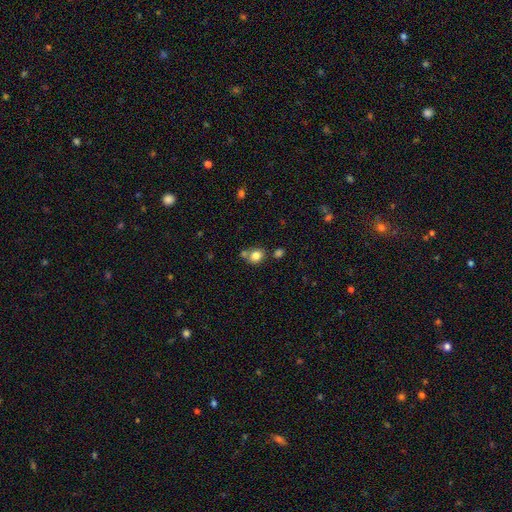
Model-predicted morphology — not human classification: Q: Smooth or featured?
A: smooth (82%); runner-up: star or artifact (10%)
Q: How rounded?
A: round (62%); runner-up: in between (37%)
Q: Merging?
A: none (59%); runner-up: merger (24%)